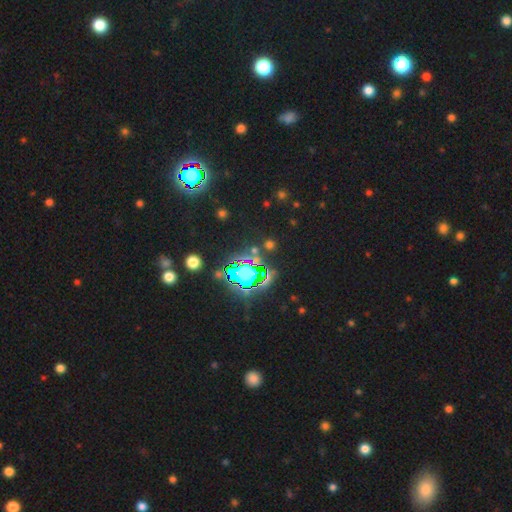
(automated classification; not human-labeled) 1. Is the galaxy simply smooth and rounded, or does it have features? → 74% star or artifact, 16% smooth, 10% featured or disk.